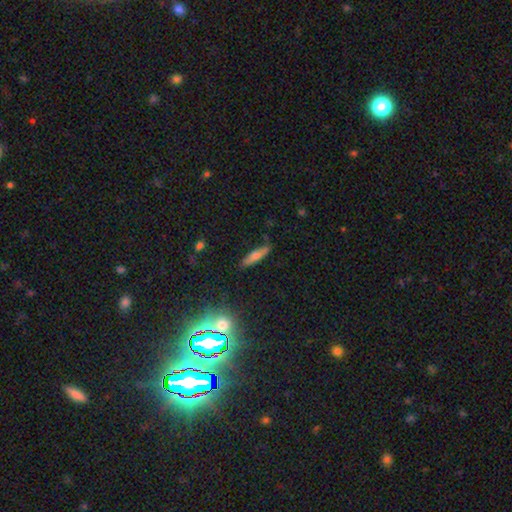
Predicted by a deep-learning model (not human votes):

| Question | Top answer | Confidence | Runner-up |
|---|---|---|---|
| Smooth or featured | smooth | 59% | featured or disk (29%) |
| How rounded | cigar-shaped | 72% | in between (25%) |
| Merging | none | 81% | minor disturbance (14%) |